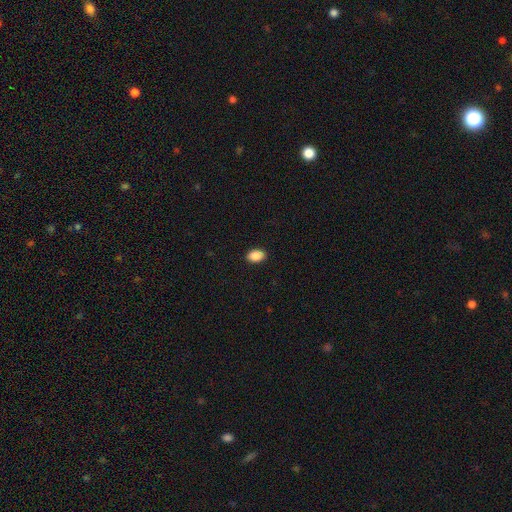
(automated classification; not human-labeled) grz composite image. It shows a smooth galaxy with no disk features (89%) that is in between round and cigar-shaped (88%). Merging: none (91%).